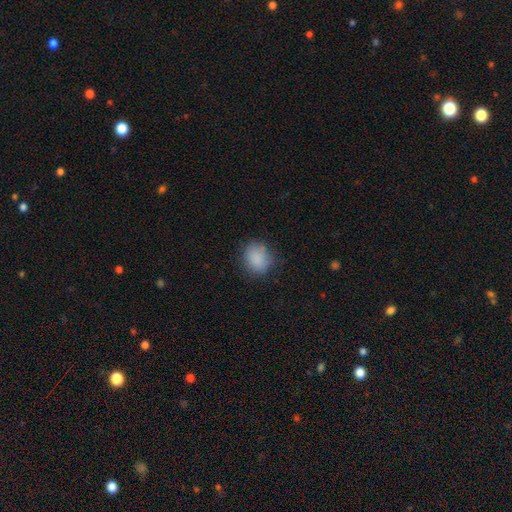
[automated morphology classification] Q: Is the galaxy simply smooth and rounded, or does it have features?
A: smooth — 85%.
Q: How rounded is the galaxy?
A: round — 57%.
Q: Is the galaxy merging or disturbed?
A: none — 74%.